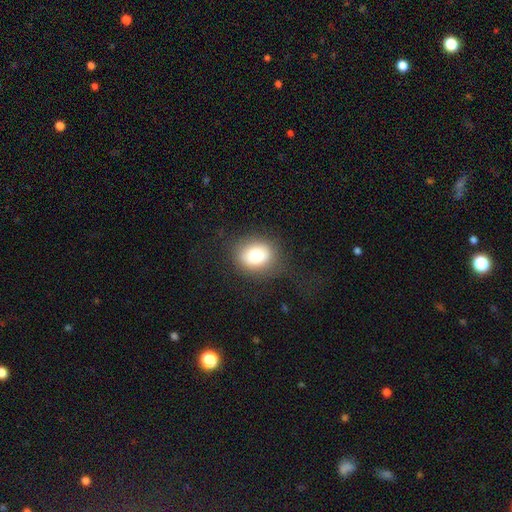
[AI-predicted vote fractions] This is likely a smooth galaxy (79%). How rounded: possibly round (55%). Merging: likely none (76%).